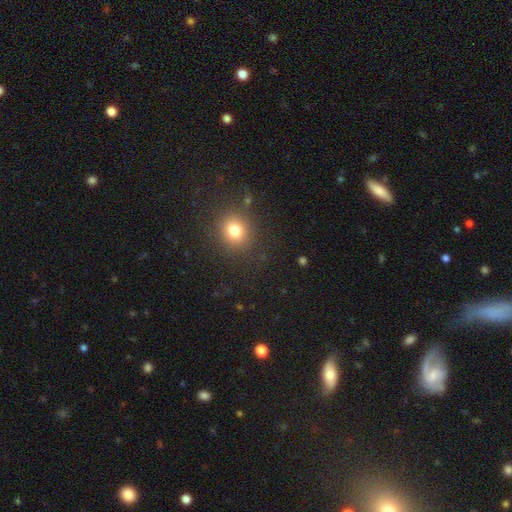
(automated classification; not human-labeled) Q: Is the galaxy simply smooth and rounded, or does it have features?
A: smooth — 59%.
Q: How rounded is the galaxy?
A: round — 89%.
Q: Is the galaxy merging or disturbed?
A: none — 87%.